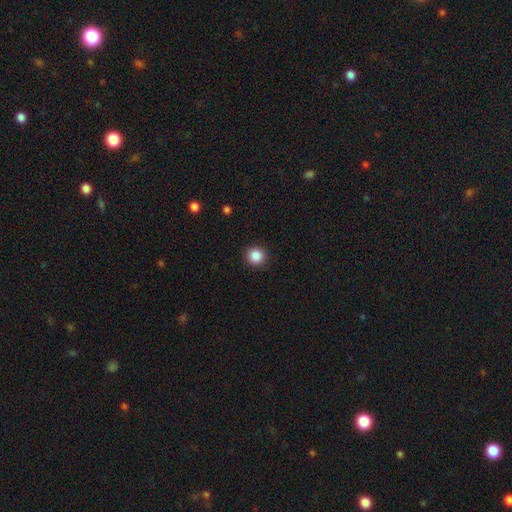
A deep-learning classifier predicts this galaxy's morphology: Smooth or featured: smooth — 87% (star or artifact — 10%)
How rounded: round — 95% (in between — 4%)
Merging: none — 92% (minor disturbance — 5%)